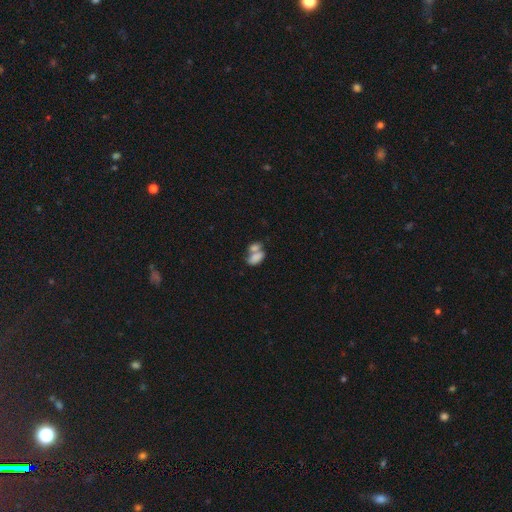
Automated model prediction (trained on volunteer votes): smooth 76%, featured or disk 15%, star or artifact 9%. Down the decision tree: how rounded — in between (90%); merging — merger (66%).